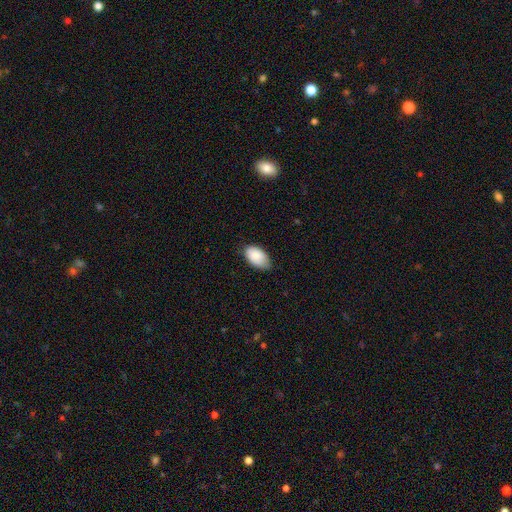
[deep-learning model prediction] Smooth or featured? Predicted: smooth (p=0.86). How rounded? Predicted: in between (p=0.94). Merging? Predicted: none (p=0.66).